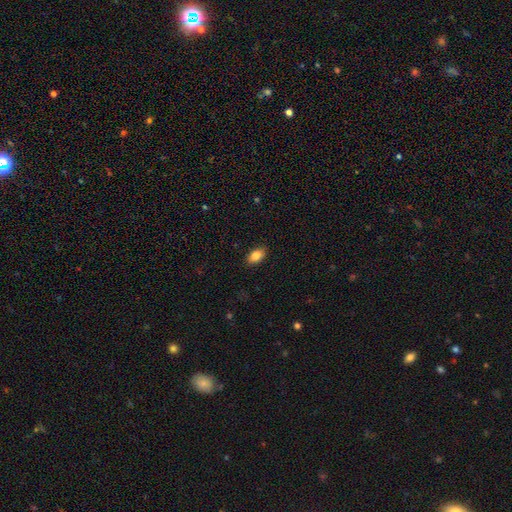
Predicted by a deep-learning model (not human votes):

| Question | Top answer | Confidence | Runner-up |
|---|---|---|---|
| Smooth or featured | smooth | 85% | star or artifact (8%) |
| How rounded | in between | 90% | round (7%) |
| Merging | none | 88% | minor disturbance (9%) |